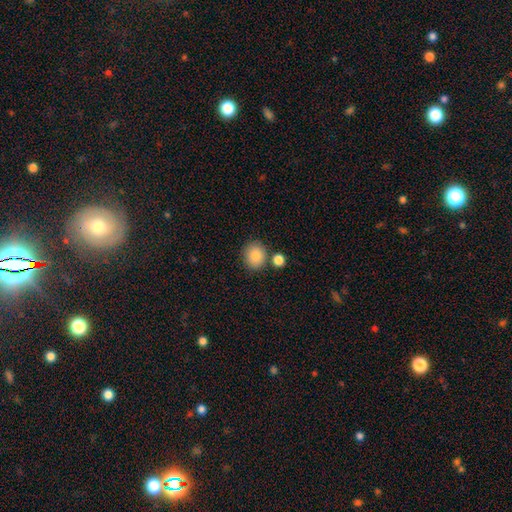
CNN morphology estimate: A smooth galaxy with no disk features (87%) that is round (72%). Merging: none (78%).